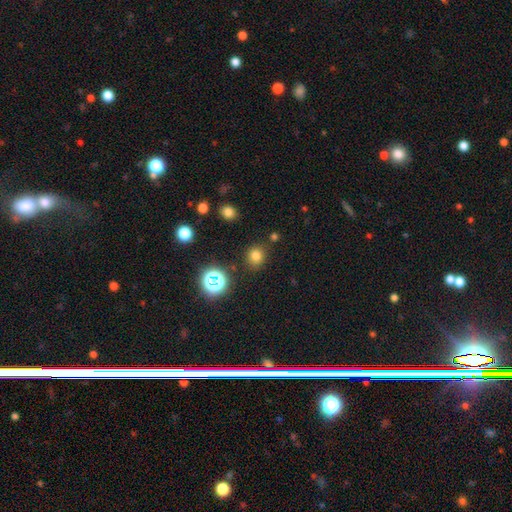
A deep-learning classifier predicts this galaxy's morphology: A smooth galaxy with no disk features (74%) that is round (81%).

Vote fractions:
- Smooth or featured? smooth: 74% / star or artifact: 20% / featured or disk: 6%
- How rounded? round: 81% / in between: 18% / cigar-shaped: 1%
- Merging? none: 83% / minor disturbance: 10% / merger: 3% / major disturbance: 3%